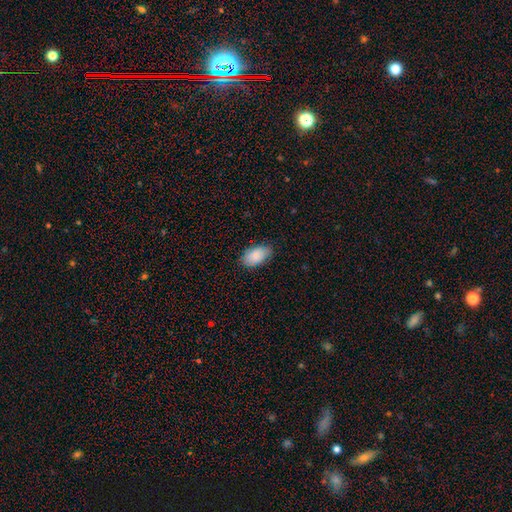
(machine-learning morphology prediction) smooth 86%, featured or disk 8%, star or artifact 6%. Down the decision tree: how rounded — in between (94%); merging — none (81%).